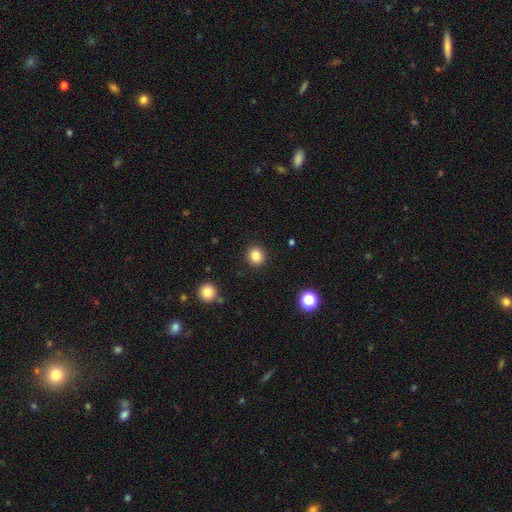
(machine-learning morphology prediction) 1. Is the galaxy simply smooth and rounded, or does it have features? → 84% smooth, 11% star or artifact, 5% featured or disk.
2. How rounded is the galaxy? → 86% round, 13% in between, 1% cigar-shaped.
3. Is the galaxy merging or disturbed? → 91% none, 6% minor disturbance, 2% major disturbance, 1% merger.